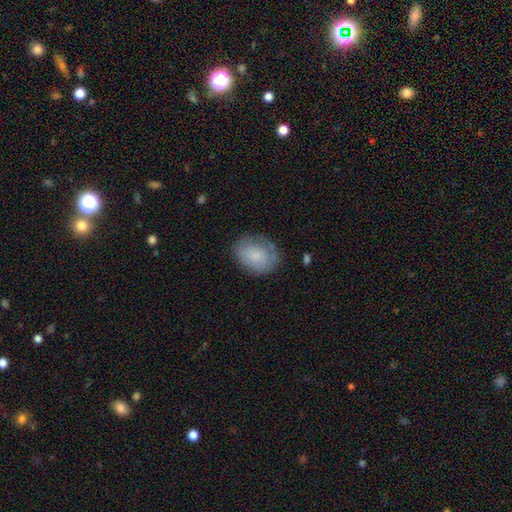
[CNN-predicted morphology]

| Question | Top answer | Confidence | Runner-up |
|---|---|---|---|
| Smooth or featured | smooth | 74% | featured or disk (19%) |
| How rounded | in between | 67% | round (32%) |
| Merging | none | 67% | minor disturbance (23%) |